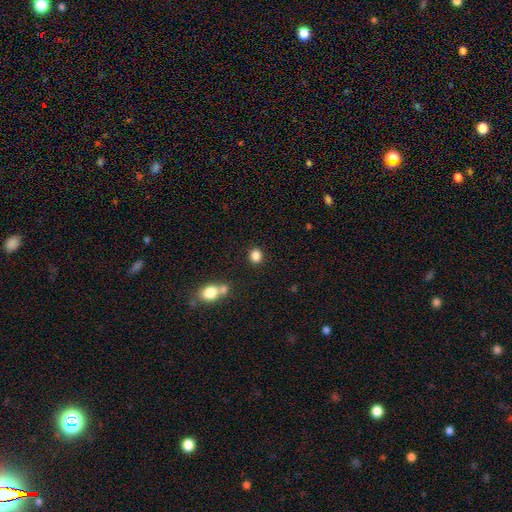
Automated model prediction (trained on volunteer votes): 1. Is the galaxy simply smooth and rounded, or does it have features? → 85% smooth, 11% star or artifact, 4% featured or disk.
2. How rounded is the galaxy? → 67% round, 32% in between, 1% cigar-shaped.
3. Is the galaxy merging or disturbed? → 82% none, 8% minor disturbance, 7% merger, 3% major disturbance.